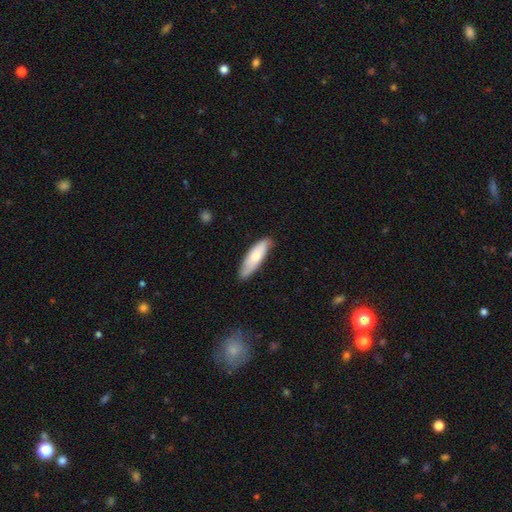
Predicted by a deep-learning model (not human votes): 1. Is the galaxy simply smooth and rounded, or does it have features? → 71% smooth, 23% featured or disk, 5% star or artifact.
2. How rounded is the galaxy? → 55% cigar-shaped, 43% in between, 2% round.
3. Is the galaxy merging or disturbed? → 81% none, 15% minor disturbance, 2% major disturbance, 1% merger.